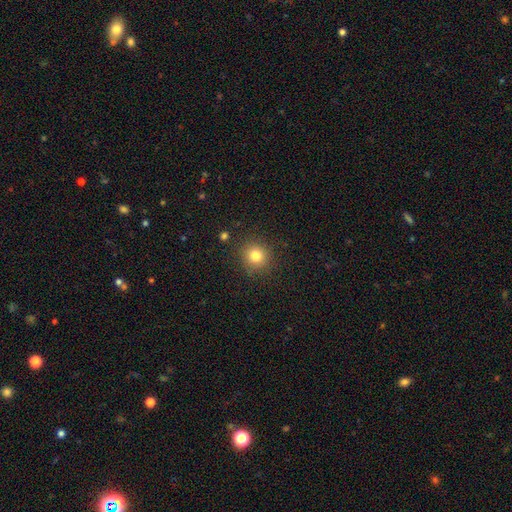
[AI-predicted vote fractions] A smooth galaxy with no disk features (81%) that is round (90%). Merging: none (88%).